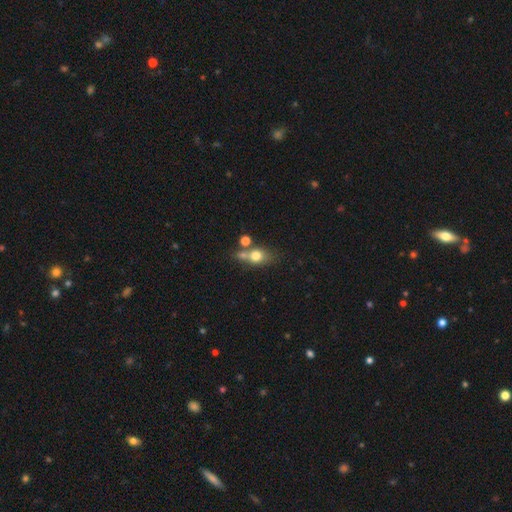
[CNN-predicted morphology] A smooth galaxy with no disk features (69%) that is in between round and cigar-shaped (48%). Merging: none (44%).